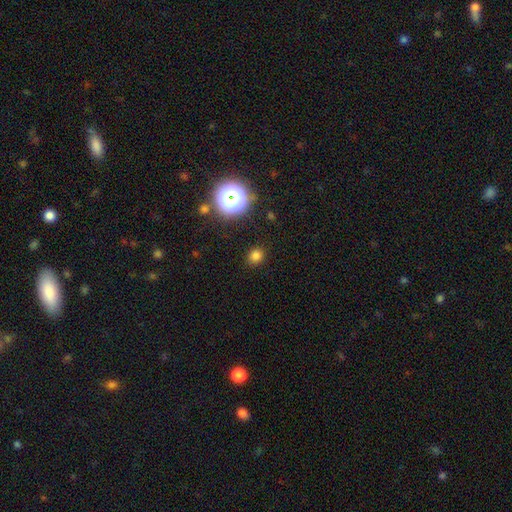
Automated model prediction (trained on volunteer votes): Overall: smooth (76%). How rounded: round (78%). Merging: none (88%).